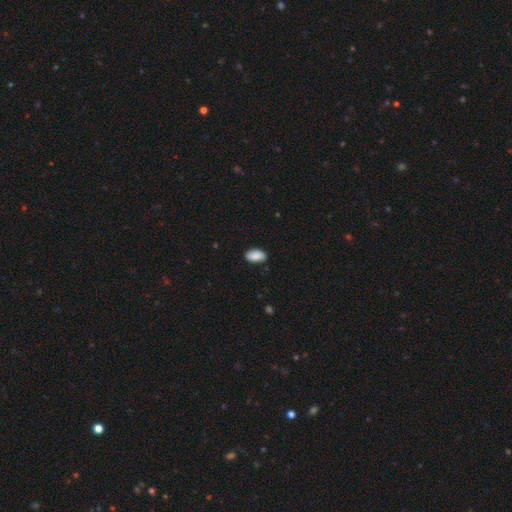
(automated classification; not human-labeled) Smooth or featured? Predicted: smooth (p=0.86). How rounded? Predicted: in between (p=0.93). Merging? Predicted: none (p=0.80).